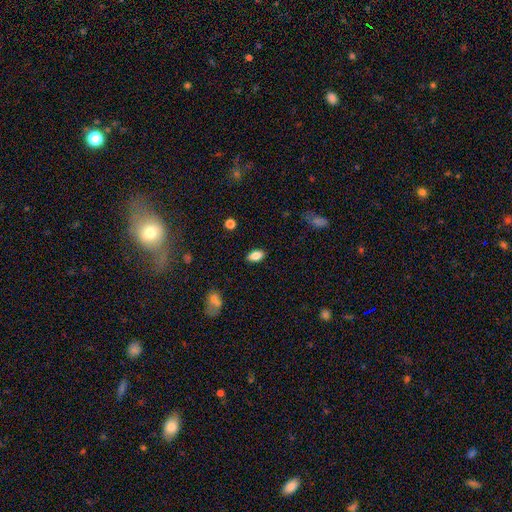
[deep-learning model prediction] A smooth galaxy with no disk features (86%) that is in between round and cigar-shaped (91%). Merging: none (87%).